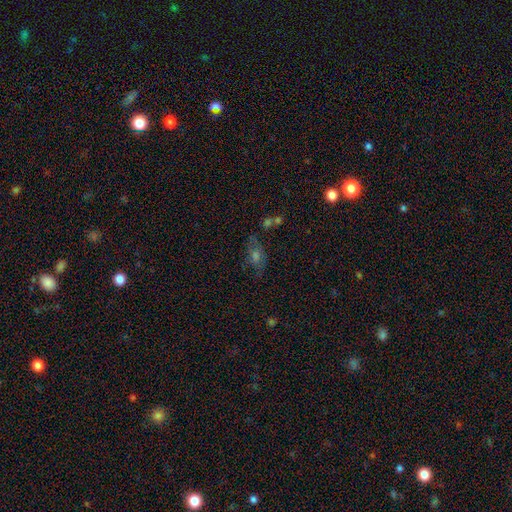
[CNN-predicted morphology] smooth_or_featured: smooth (p=0.39) [alt: featured or disk p=0.32]
merging: none (p=0.62) [alt: minor disturbance p=0.19]